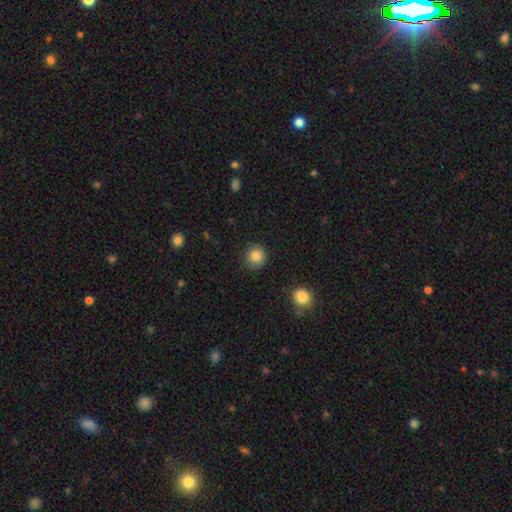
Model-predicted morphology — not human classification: This is clearly a smooth galaxy (86%). How rounded: clearly round (89%). Merging: clearly none (86%).